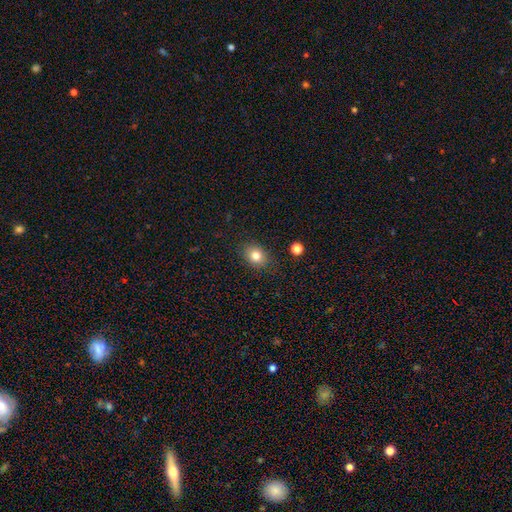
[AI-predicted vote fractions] A smooth galaxy with no disk features (81%) that is in between round and cigar-shaped (53%). Merging: none (85%).